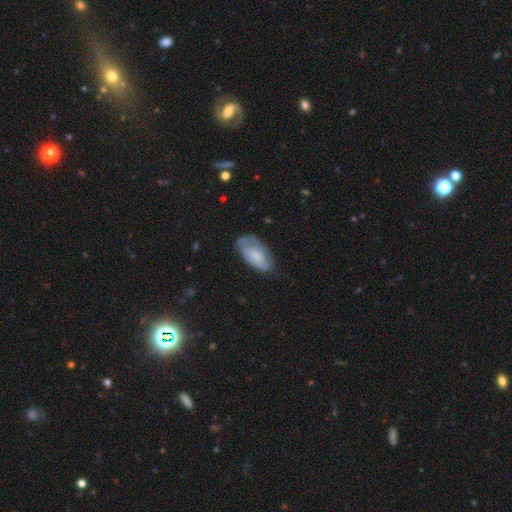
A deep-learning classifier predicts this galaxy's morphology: This is likely a smooth galaxy (65%). How rounded: clearly in between (92%). Merging: possibly none (58%).